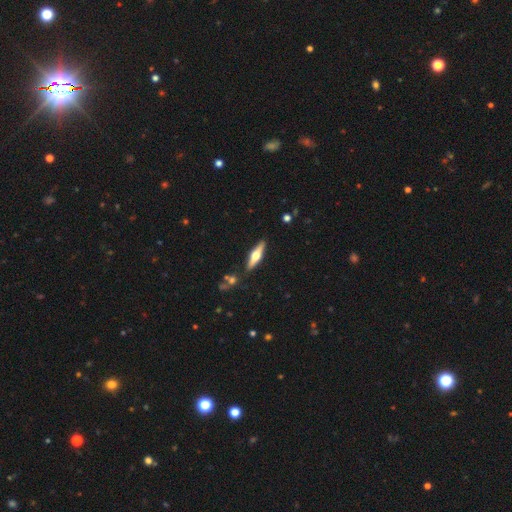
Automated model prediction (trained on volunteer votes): featured or disk 62%, smooth 32%, star or artifact 5%. Down the decision tree: edge-on disk — yes (95%); edge-on bulge — rounded (94%); merging — none (88%).